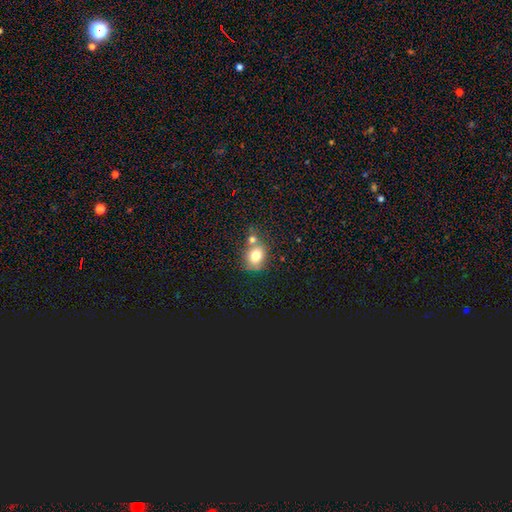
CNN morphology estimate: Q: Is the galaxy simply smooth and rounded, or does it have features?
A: smooth — 76%.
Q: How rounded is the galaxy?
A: round — 58%.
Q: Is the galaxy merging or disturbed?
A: none — 48%.